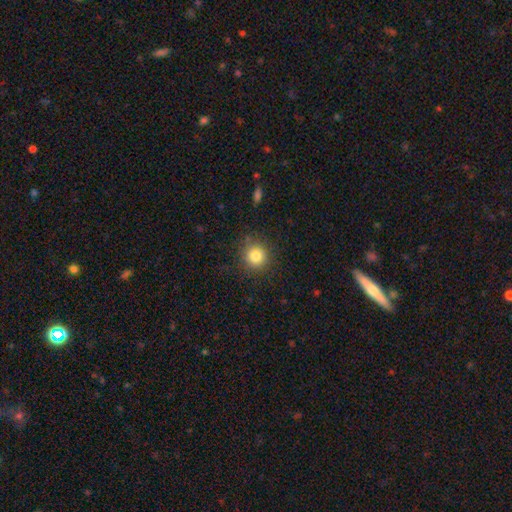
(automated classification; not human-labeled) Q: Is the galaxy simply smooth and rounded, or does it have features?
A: smooth — 82%.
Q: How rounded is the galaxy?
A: round — 91%.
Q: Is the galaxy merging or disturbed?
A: none — 86%.